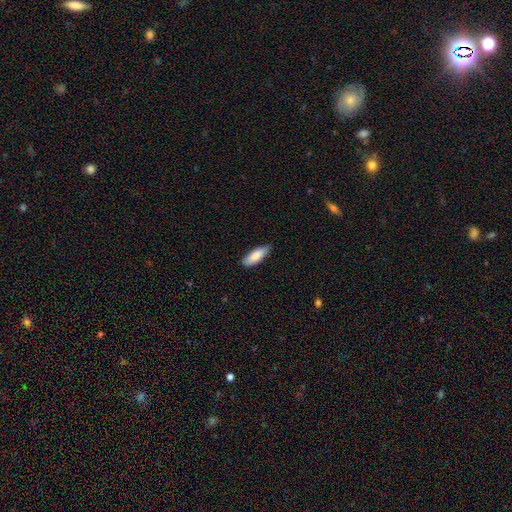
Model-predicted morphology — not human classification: A smooth galaxy with no disk features (86%) that is in between round and cigar-shaped (60%). Merging: none (79%).